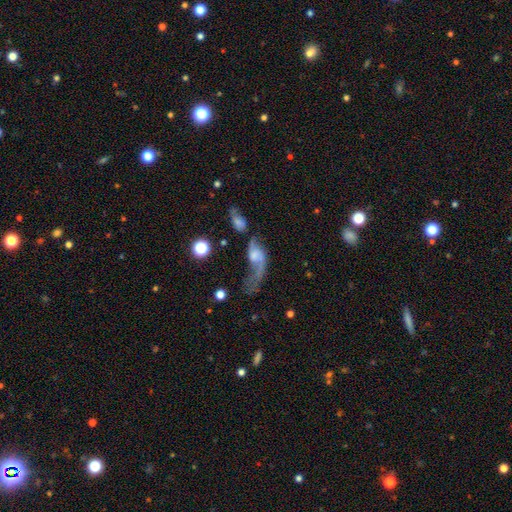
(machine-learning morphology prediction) A featured or disk galaxy (66%) with no bar (67%), spiral arms (81%) and no central bulge (29%). Merging: major disturbance (44%).